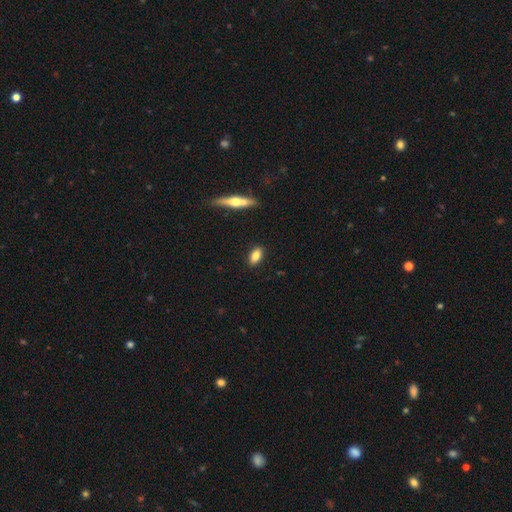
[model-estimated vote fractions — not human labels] smooth 78%, featured or disk 14%, star or artifact 7%. Down the decision tree: how rounded — in between (84%); merging — none (88%).